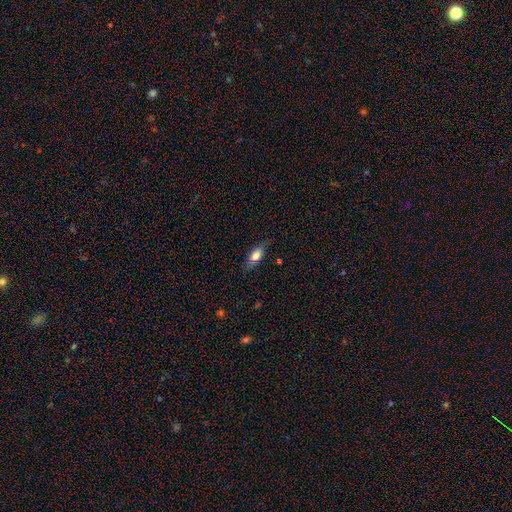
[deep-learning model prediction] Smooth or featured? smooth (73%)
How rounded? in between (74%)
Merging? none (76%)